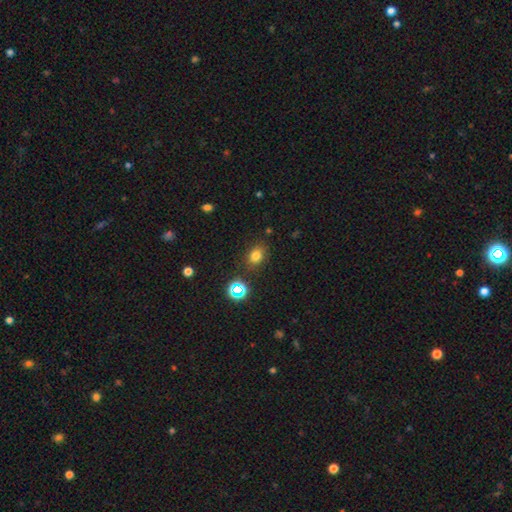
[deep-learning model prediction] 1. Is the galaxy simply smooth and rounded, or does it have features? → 74% smooth, 18% star or artifact, 8% featured or disk.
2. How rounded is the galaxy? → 56% in between, 43% round, 1% cigar-shaped.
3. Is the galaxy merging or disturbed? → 83% none, 11% minor disturbance, 3% major disturbance, 3% merger.